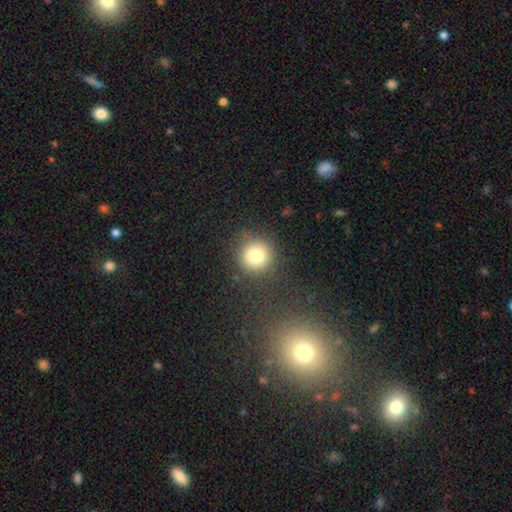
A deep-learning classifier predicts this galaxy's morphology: This is likely a smooth galaxy (78%). How rounded: clearly round (94%). Merging: clearly none (86%).